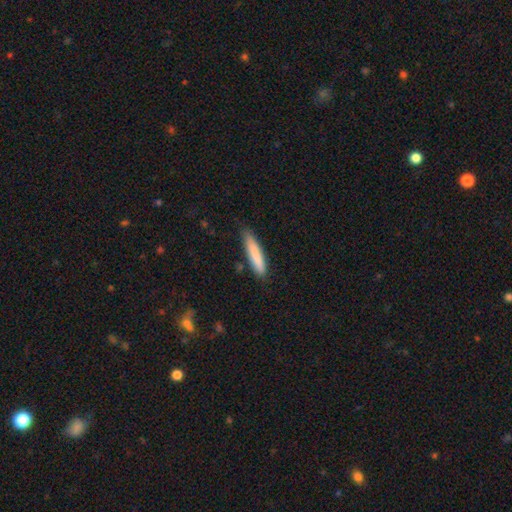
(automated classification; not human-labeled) Q: Smooth or featured?
A: smooth (82%); runner-up: featured or disk (12%)
Q: How rounded?
A: cigar-shaped (89%); runner-up: in between (10%)
Q: Merging?
A: none (78%); runner-up: minor disturbance (17%)